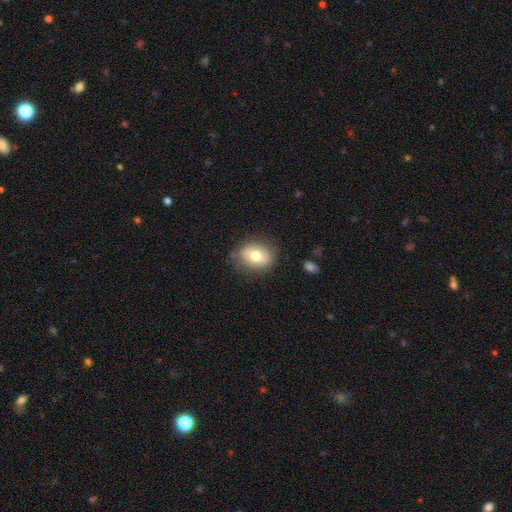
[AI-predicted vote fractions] Smooth or featured?
  - smooth: 70% *
  - featured or disk: 22%
  - star or artifact: 8%
How rounded?
  - in between: 51% *
  - round: 47%
  - cigar-shaped: 1%
Merging?
  - none: 77% *
  - minor disturbance: 17%
  - major disturbance: 5%
  - merger: 2%